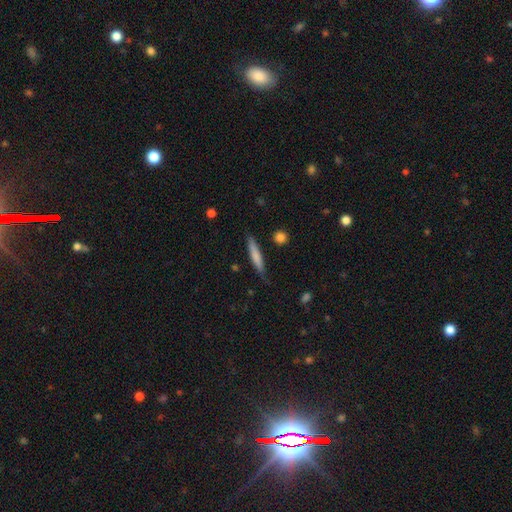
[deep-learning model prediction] Smooth or featured: smooth — 72% (featured or disk — 22%)
How rounded: cigar-shaped — 93% (in between — 6%)
Merging: none — 81% (minor disturbance — 15%)